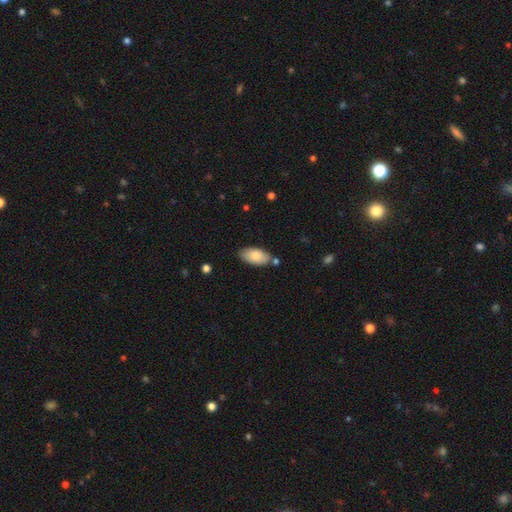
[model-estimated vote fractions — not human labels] This is clearly a smooth galaxy (83%). How rounded: clearly in between (94%). Merging: likely none (74%).